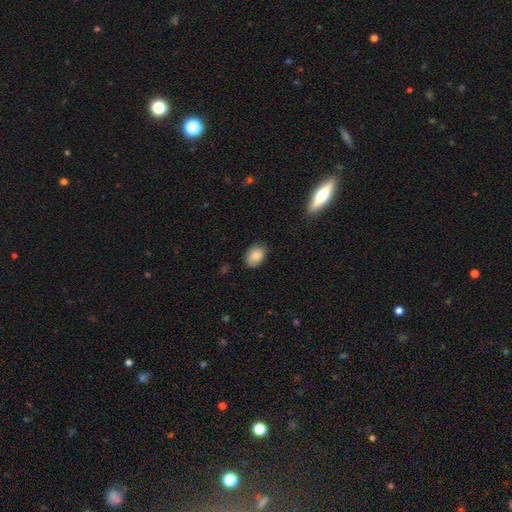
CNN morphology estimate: Smooth or featured: smooth — 86% (star or artifact — 8%)
How rounded: in between — 77% (round — 22%)
Merging: none — 79% (minor disturbance — 17%)